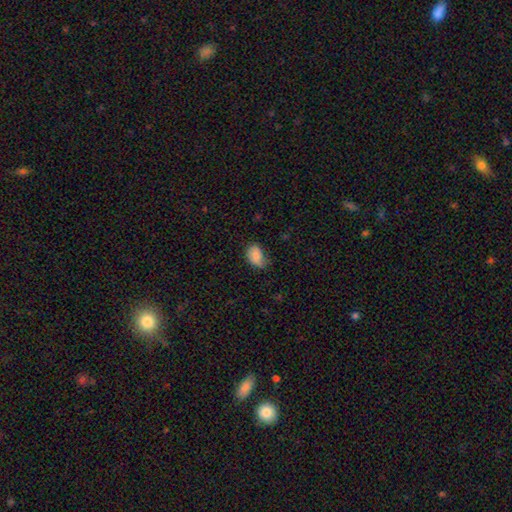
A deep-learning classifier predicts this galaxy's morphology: smooth-or-featured: smooth: 82% | featured or disk: 10% | star or artifact: 8%
  how-rounded: in between: 80% | round: 19% | cigar-shaped: 1%
  merging: none: 53% | minor disturbance: 37% | major disturbance: 9% | merger: 2%